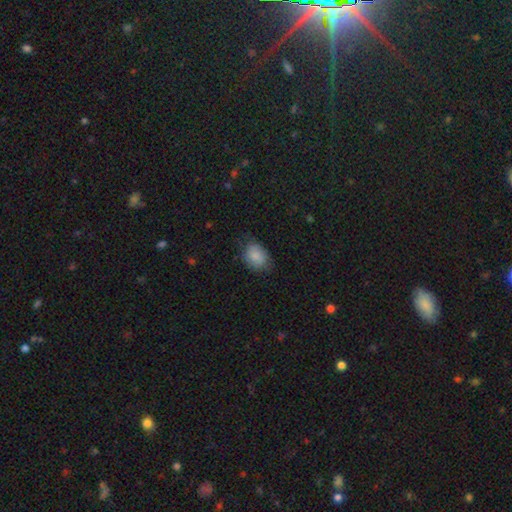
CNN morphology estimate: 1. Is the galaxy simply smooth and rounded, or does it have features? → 84% smooth, 9% featured or disk, 7% star or artifact.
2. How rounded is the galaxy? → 61% in between, 38% round, 1% cigar-shaped.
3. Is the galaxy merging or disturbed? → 70% none, 23% minor disturbance, 6% major disturbance, 1% merger.